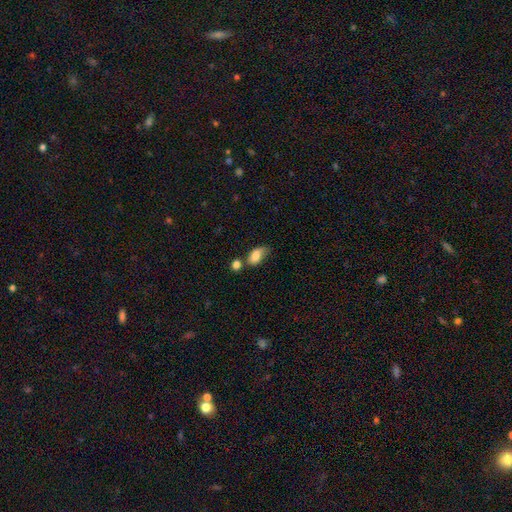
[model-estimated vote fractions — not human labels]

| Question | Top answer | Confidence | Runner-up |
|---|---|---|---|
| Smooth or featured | smooth | 77% | featured or disk (14%) |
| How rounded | in between | 87% | round (10%) |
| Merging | none | 35% | minor disturbance (27%) |